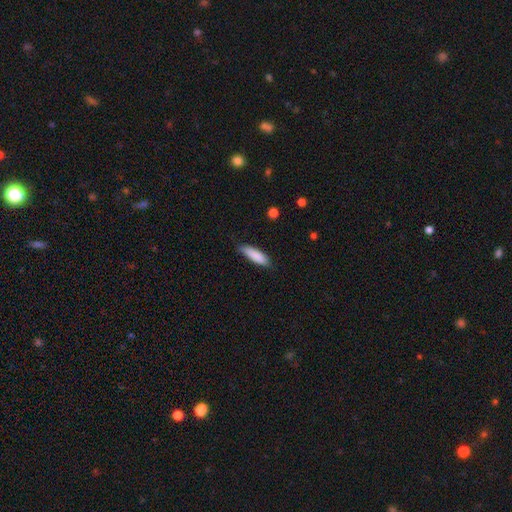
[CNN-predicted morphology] Smooth or featured: smooth — 86% (featured or disk — 8%)
How rounded: cigar-shaped — 60% (in between — 39%)
Merging: none — 76% (minor disturbance — 20%)